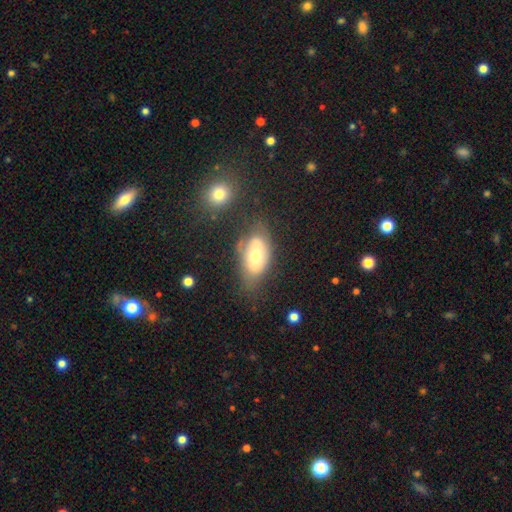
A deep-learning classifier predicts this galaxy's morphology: Smooth or featured?
  - smooth: 55% *
  - featured or disk: 37%
  - star or artifact: 8%
How rounded?
  - in between: 90% *
  - round: 7%
  - cigar-shaped: 4%
Merging?
  - none: 48% *
  - minor disturbance: 28%
  - major disturbance: 16%
  - merger: 8%